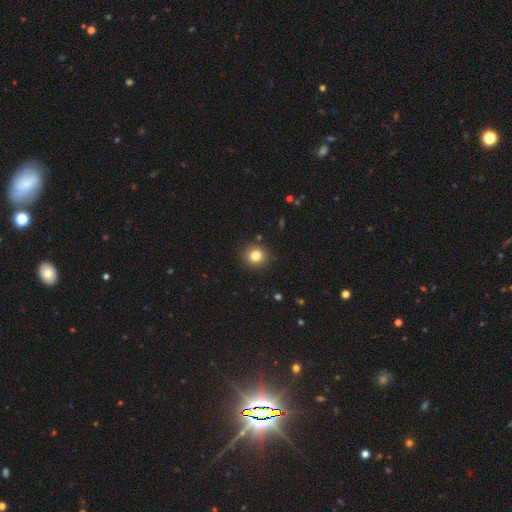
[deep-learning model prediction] Smooth or featured? smooth (81%)
How rounded? round (87%)
Merging? none (91%)